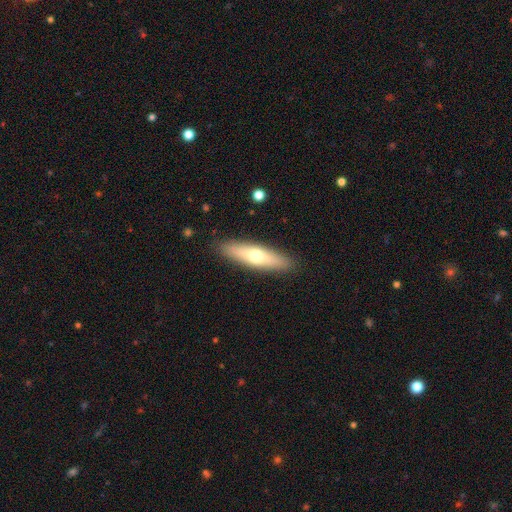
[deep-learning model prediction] smooth-or-featured: smooth: 59% | featured or disk: 35% | star or artifact: 6%
  how-rounded: cigar-shaped: 71% | in between: 27% | round: 2%
  merging: none: 89% | minor disturbance: 8% | major disturbance: 2% | merger: 1%